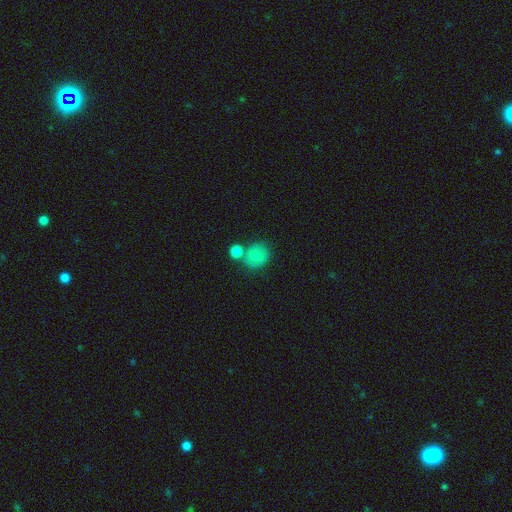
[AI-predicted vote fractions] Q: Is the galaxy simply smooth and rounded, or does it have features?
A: smooth — 81%.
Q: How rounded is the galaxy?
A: round — 78%.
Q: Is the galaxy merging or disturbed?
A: none — 58%.